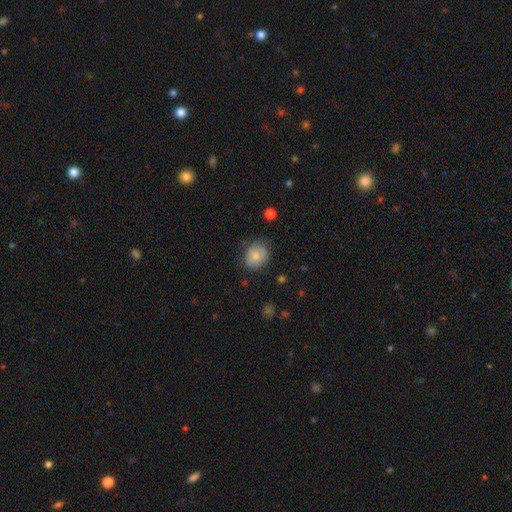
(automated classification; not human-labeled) Smooth or featured: smooth — 79% (featured or disk — 13%)
How rounded: round — 55% (in between — 44%)
Merging: none — 70% (minor disturbance — 23%)